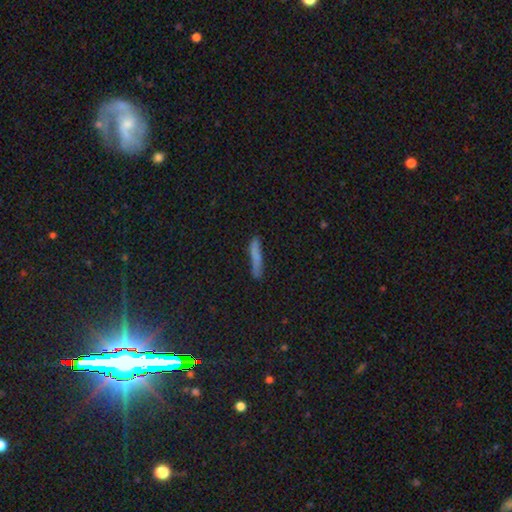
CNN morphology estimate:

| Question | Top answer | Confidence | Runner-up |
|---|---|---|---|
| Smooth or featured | smooth | 72% | featured or disk (18%) |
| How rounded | cigar-shaped | 91% | in between (7%) |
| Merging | none | 75% | minor disturbance (18%) |